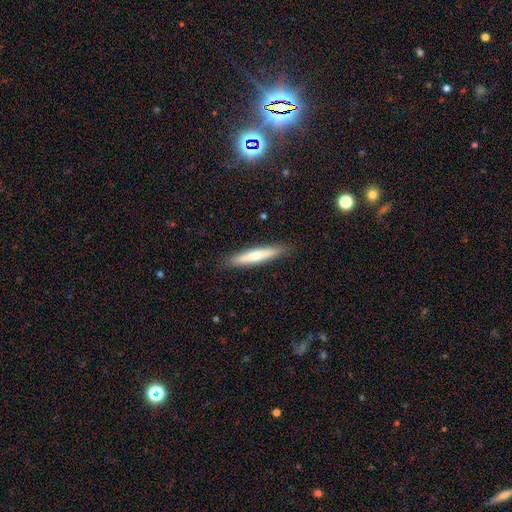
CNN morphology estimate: A smooth galaxy with no disk features (58%) that is cigar-shaped (91%). Merging: none (90%).